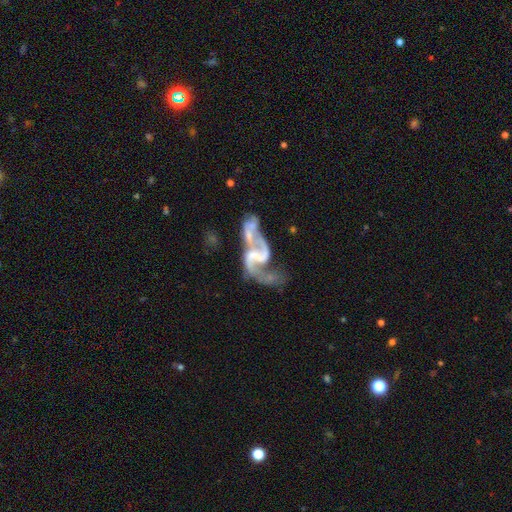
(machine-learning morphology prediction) Q: Smooth or featured?
A: featured or disk (87%); runner-up: smooth (7%)
Q: Edge-on disk?
A: no (97%); runner-up: yes (3%)
Q: Bar?
A: weak (44%); runner-up: no (31%)
Q: Spiral arms?
A: yes (91%); runner-up: no (9%)
Q: Spiral winding?
A: loose (64%); runner-up: medium (30%)
Q: Spiral arm count?
A: 2 (86%); runner-up: 1 (5%)
Q: Bulge size?
A: none (45%); runner-up: small (34%)
Q: Merging?
A: merger (35%); runner-up: none (26%)